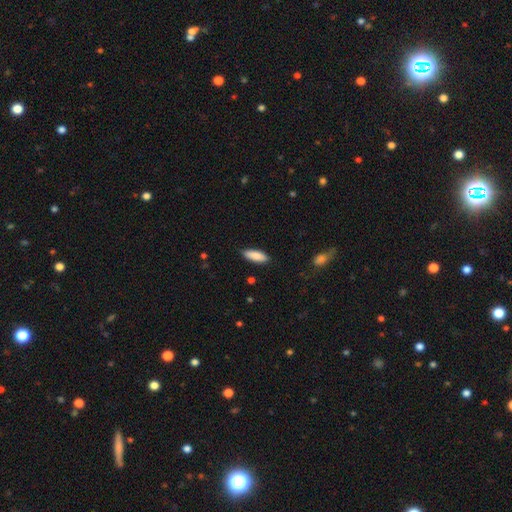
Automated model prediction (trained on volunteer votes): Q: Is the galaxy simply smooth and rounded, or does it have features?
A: smooth — 86%.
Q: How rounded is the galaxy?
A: in between — 64%.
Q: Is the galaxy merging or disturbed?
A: none — 88%.